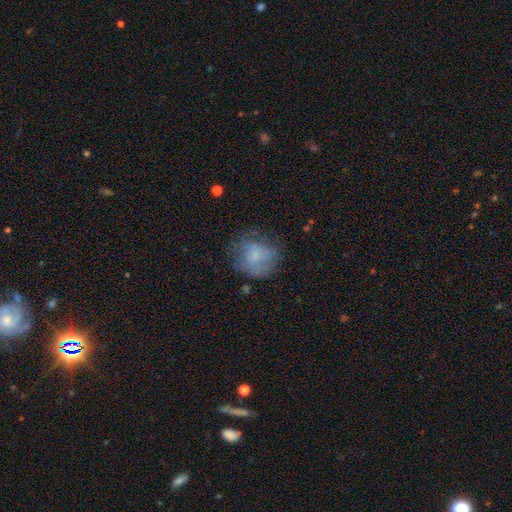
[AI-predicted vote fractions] The model was most divided on "smooth or featured": smooth: 60%, featured or disk: 29%, star or artifact: 11%. More confident: how rounded — round (79%); merging — none (56%).